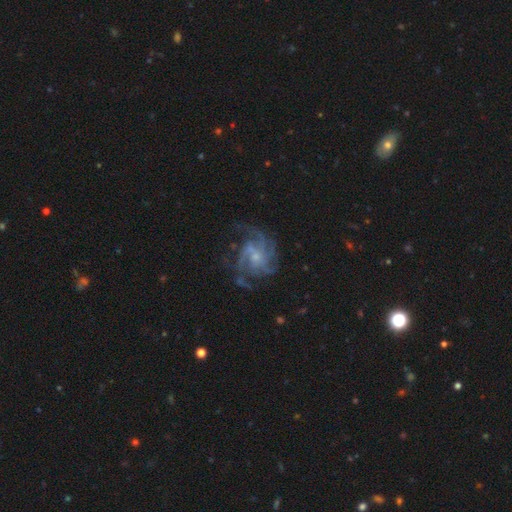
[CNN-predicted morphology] smooth_or_featured: featured or disk (p=0.88) [alt: star or artifact p=0.07]
disk_edge_on: no (p=0.98) [alt: yes p=0.02]
bar: no (p=0.66) [alt: weak p=0.29]
has_spiral_arms: yes (p=0.97) [alt: no p=0.03]
spiral_winding: medium (p=0.47) [alt: tight p=0.39]
spiral_arm_count: 4 (p=0.35) [alt: 3 p=0.22]
bulge_size: small (p=0.65) [alt: moderate p=0.26]
merging: none (p=0.67) [alt: minor disturbance p=0.17]